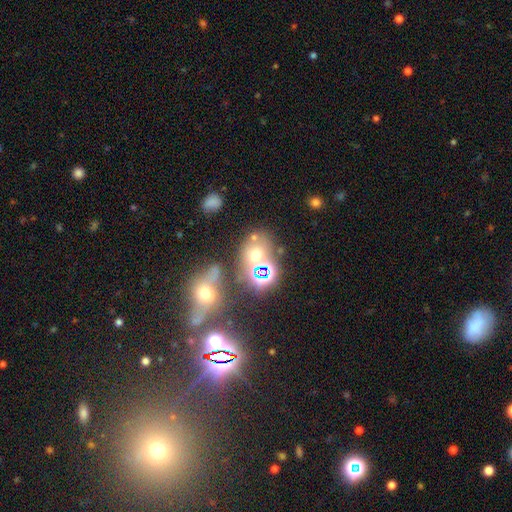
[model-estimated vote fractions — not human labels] Smooth or featured? smooth (48%)
Merging? none (48%)